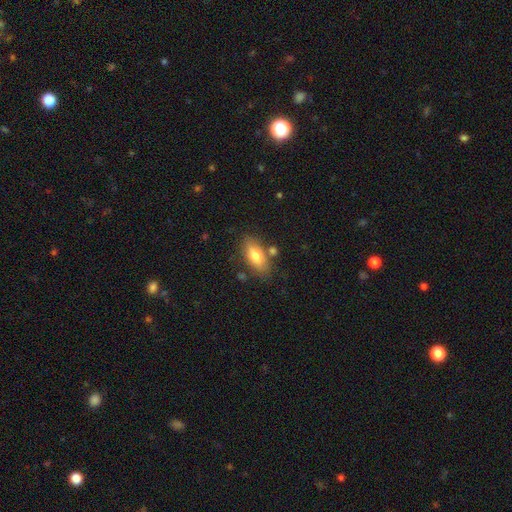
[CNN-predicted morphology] This appears to be a smooth galaxy with no disk features (73%) that is in between round and cigar-shaped (82%). Merging: none (75%).